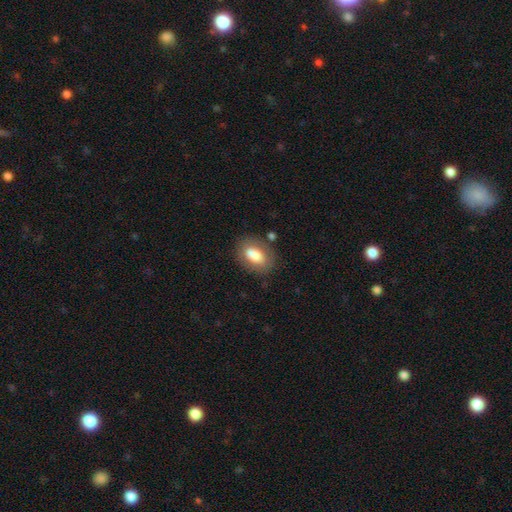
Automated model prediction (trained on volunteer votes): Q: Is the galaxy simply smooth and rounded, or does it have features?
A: smooth — 77%.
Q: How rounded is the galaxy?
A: in between — 86%.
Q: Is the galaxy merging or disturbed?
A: none — 71%.